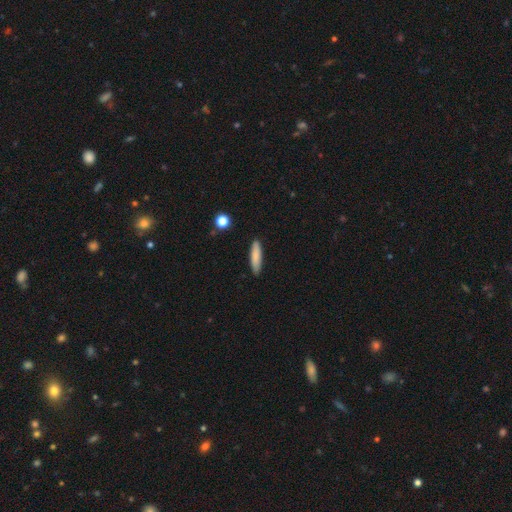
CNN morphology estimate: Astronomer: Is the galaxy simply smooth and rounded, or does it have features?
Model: smooth — 83%.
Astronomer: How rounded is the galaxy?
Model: cigar-shaped — 76%.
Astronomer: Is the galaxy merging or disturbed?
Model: none — 89%.